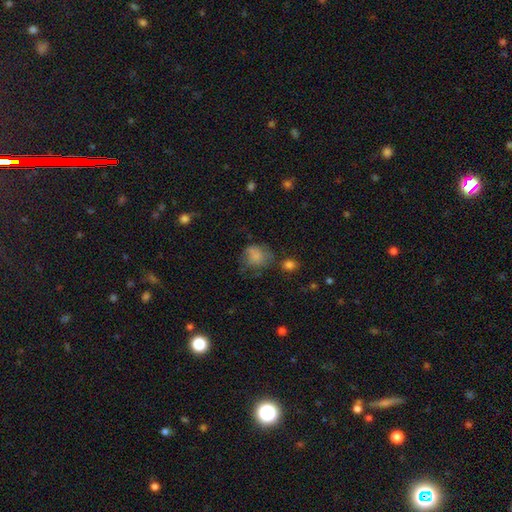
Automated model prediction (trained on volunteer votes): Smooth or featured? smooth (73%)
How rounded? round (66%)
Merging? none (43%)